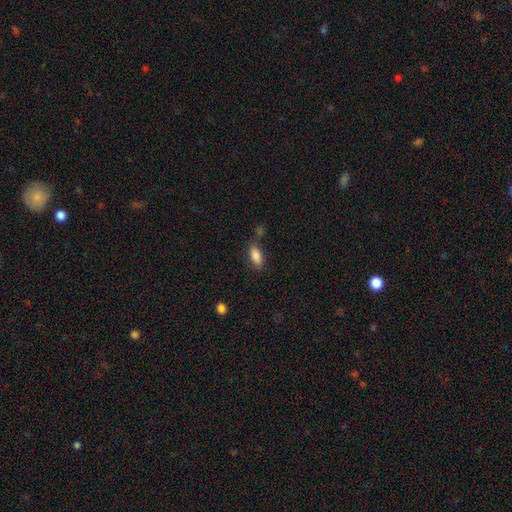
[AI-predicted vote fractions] This appears to be a smooth galaxy with no disk features (86%) that is in between round and cigar-shaped (89%). Merging: none (71%).